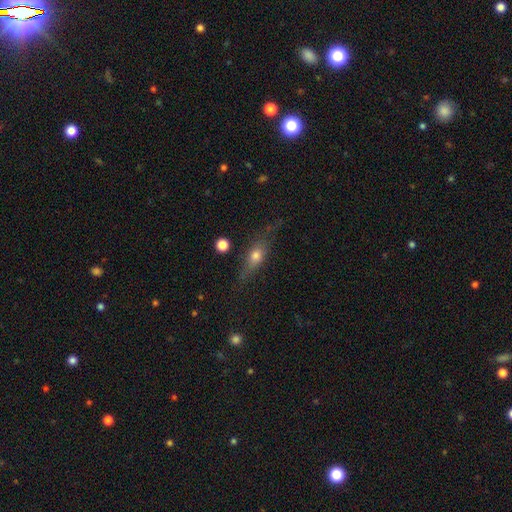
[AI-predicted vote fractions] Overall: smooth (53%; featured or disk 36%). How rounded: in between (48%; cigar-shaped 39%). Merging: none (65%).